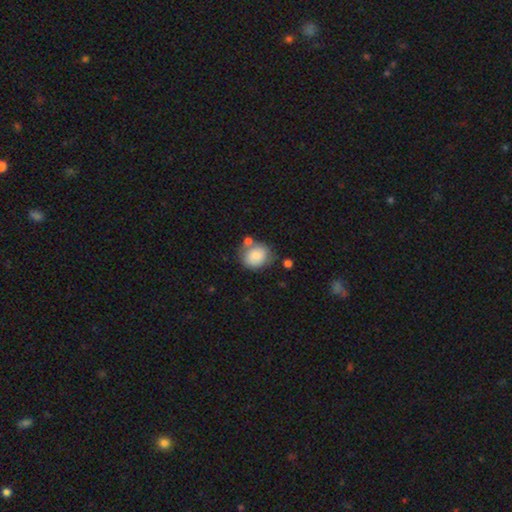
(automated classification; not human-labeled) The model was most divided on "how rounded": round: 64%, in between: 35%, cigar-shaped: 1%. More confident: smooth or featured — smooth (80%); merging — none (57%).